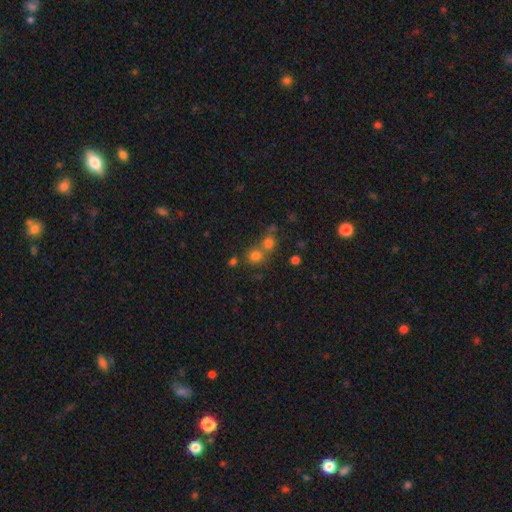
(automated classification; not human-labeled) Smooth or featured? smooth (73%)
How rounded? round (86%)
Merging? none (51%)